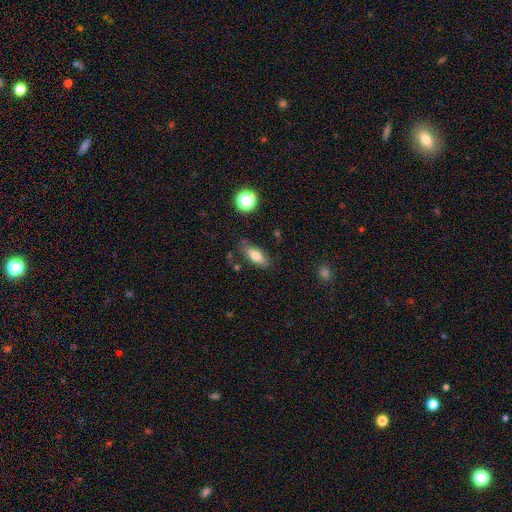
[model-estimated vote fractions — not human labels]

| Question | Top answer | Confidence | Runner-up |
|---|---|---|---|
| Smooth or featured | smooth | 73% | featured or disk (18%) |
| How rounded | in between | 75% | cigar-shaped (21%) |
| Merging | none | 79% | minor disturbance (15%) |